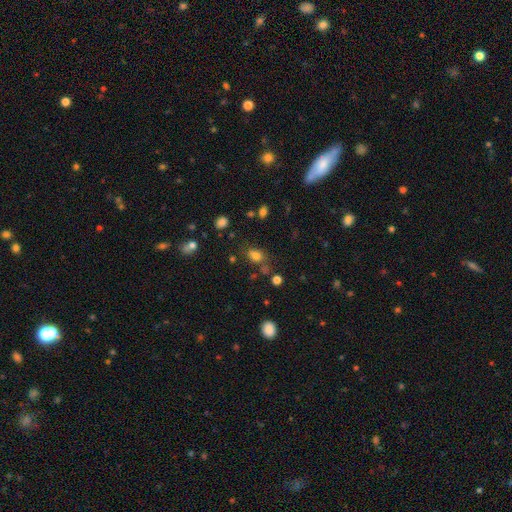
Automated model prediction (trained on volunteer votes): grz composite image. It shows a smooth galaxy with no disk features (76%) that is in between round and cigar-shaped (59%). Merging: none (65%).